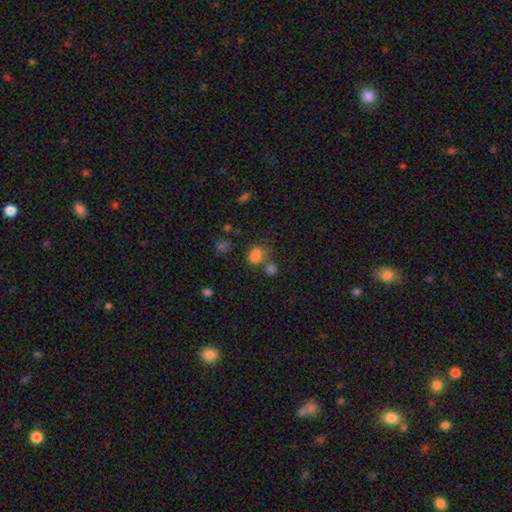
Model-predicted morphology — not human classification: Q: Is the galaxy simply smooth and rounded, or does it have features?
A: smooth — 75%.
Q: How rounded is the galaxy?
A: in between — 56%.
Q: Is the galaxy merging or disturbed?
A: none — 47%.